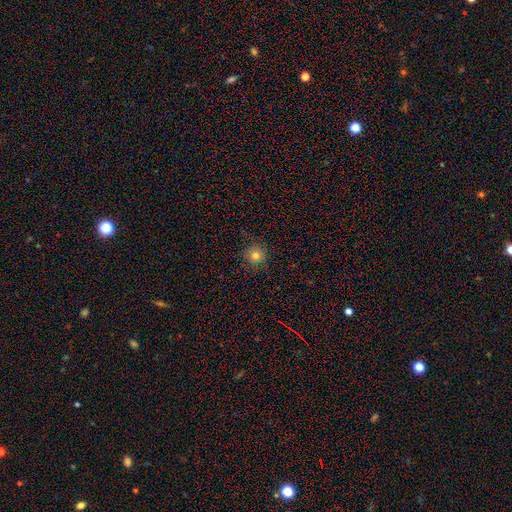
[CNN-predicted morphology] Smooth or featured? smooth (78%)
How rounded? round (94%)
Merging? none (88%)